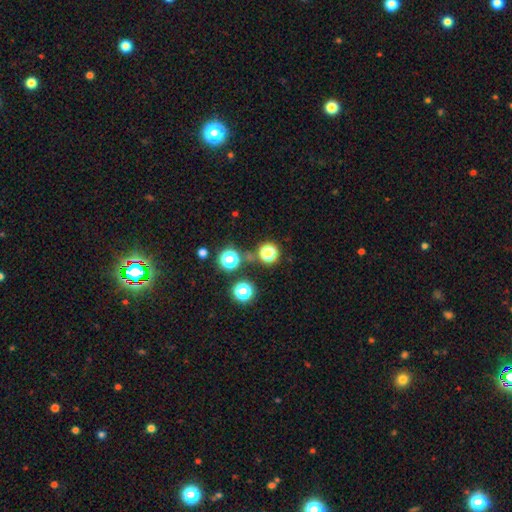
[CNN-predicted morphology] Overall: star or artifact (65%).